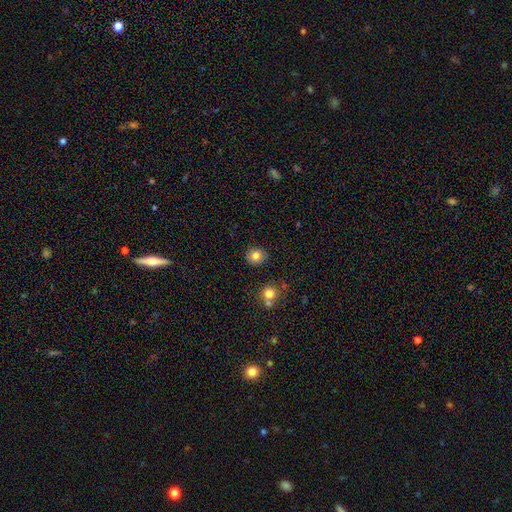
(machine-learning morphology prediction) smooth-or-featured: smooth: 80% | star or artifact: 11% | featured or disk: 10%
  how-rounded: round: 86% | in between: 13% | cigar-shaped: 1%
  merging: none: 88% | minor disturbance: 7% | merger: 2% | major disturbance: 2%